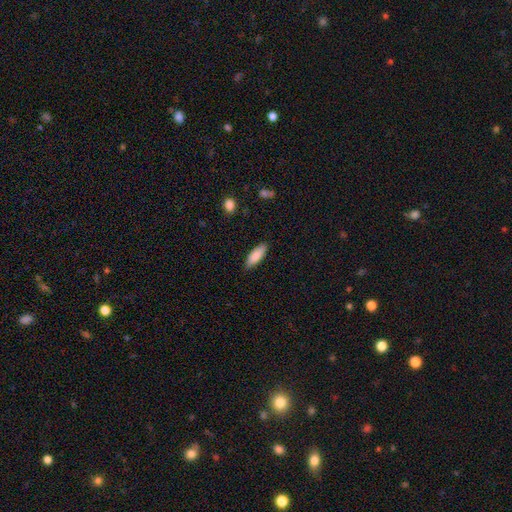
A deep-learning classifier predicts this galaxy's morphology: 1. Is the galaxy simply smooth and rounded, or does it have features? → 85% smooth, 9% featured or disk, 6% star or artifact.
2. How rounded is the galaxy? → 62% in between, 37% cigar-shaped, 2% round.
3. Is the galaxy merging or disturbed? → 83% none, 14% minor disturbance, 2% major disturbance, 1% merger.